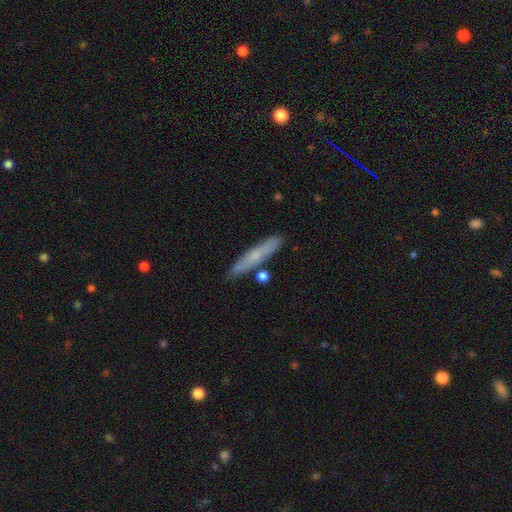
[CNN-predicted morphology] smooth_or_featured: smooth (p=0.60) [alt: featured or disk p=0.34]
how_rounded: cigar-shaped (p=0.91) [alt: in between p=0.07]
merging: none (p=0.82) [alt: minor disturbance p=0.11]